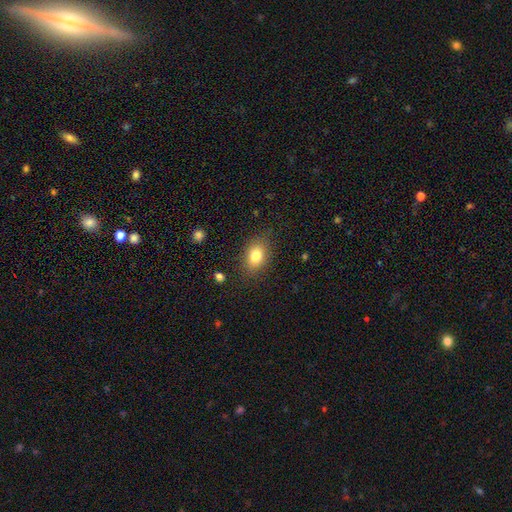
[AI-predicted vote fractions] smooth 80%, featured or disk 10%, star or artifact 10%. Down the decision tree: how rounded — in between (75%); merging — none (82%).